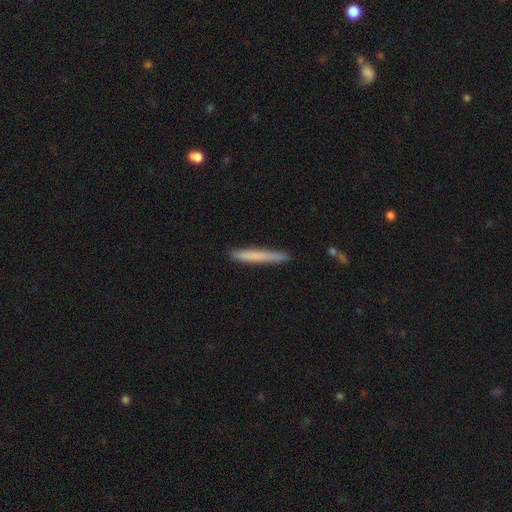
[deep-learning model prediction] This is likely a smooth galaxy (74%). How rounded: clearly cigar-shaped (96%). Merging: clearly none (88%).